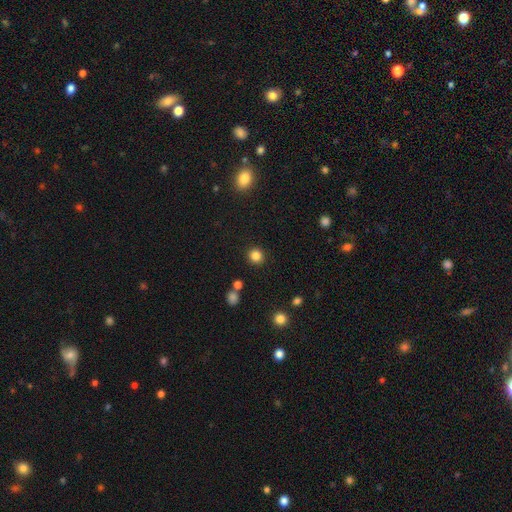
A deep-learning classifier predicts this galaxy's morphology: smooth 84%, star or artifact 12%, featured or disk 4%. Down the decision tree: how rounded — round (91%); merging — none (90%).